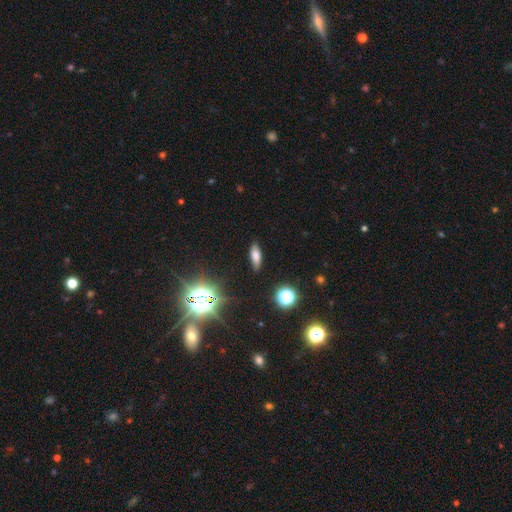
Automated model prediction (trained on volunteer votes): smooth-or-featured: smooth: 68% | star or artifact: 17% | featured or disk: 15%
  how-rounded: in between: 62% | cigar-shaped: 34% | round: 4%
  merging: none: 86% | minor disturbance: 11% | major disturbance: 3% | merger: 1%